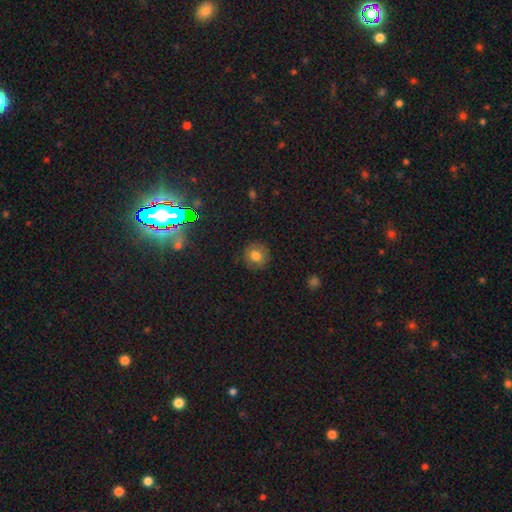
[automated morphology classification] Smooth or featured?
  - smooth: 72% *
  - featured or disk: 14%
  - star or artifact: 14%
How rounded?
  - round: 86% *
  - in between: 13%
  - cigar-shaped: 1%
Merging?
  - none: 86% *
  - minor disturbance: 10%
  - major disturbance: 3%
  - merger: 1%